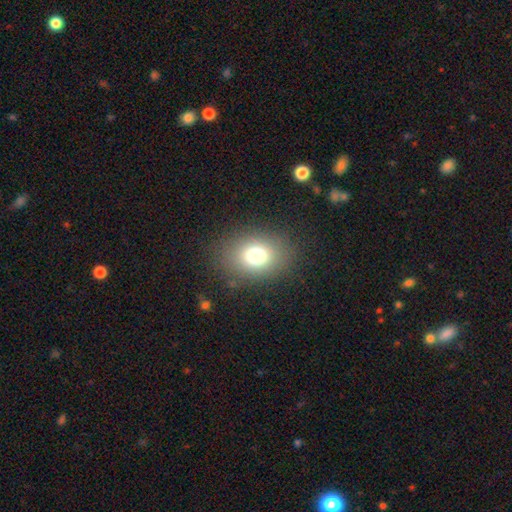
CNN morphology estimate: A smooth galaxy with no disk features (74%) that is in between round and cigar-shaped (61%). Merging: none (83%).